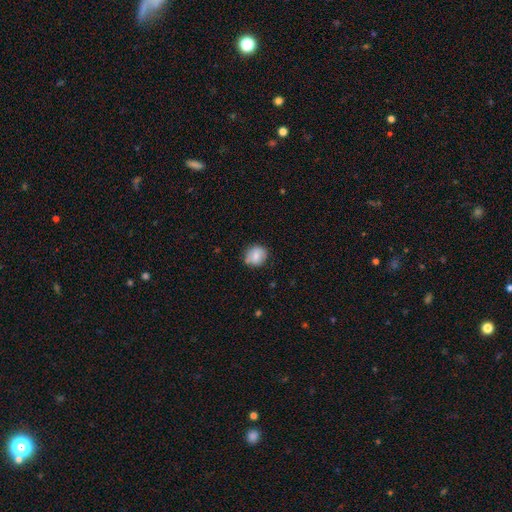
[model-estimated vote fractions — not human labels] Smooth or featured? Predicted: smooth (p=0.78). How rounded? Predicted: round (p=0.77). Merging? Predicted: none (p=0.78).